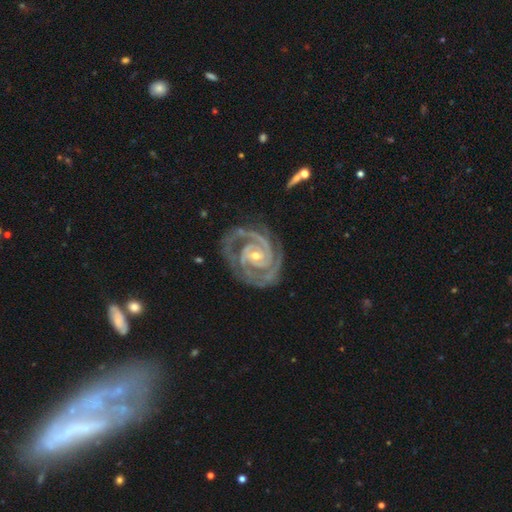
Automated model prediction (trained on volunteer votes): Morphology: type=featured or disk (93%); edge-on=no (98%); bar=no (46%); spiral arms=yes (99%); winding=tight (75%); arm count=2 (70%); bulge=small (65%); merging=none (74%).